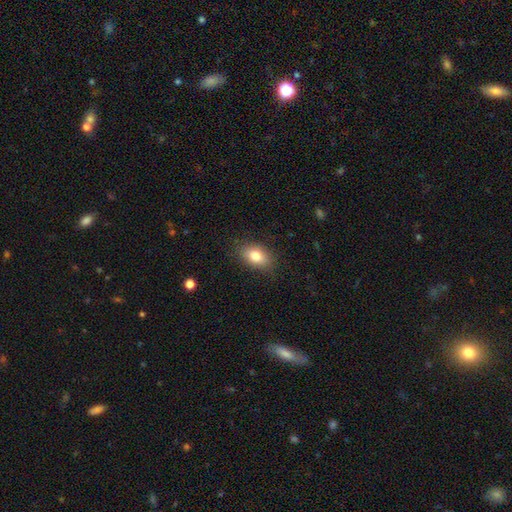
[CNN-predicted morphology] Smooth or featured?
  - smooth: 80% *
  - featured or disk: 11%
  - star or artifact: 9%
How rounded?
  - in between: 83% *
  - round: 15%
  - cigar-shaped: 2%
Merging?
  - none: 85% *
  - minor disturbance: 11%
  - major disturbance: 3%
  - merger: 1%